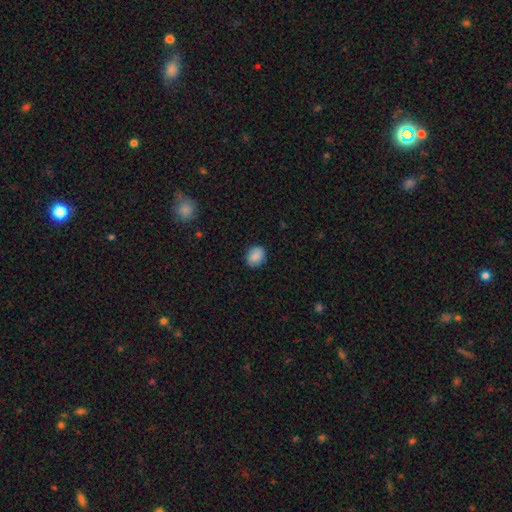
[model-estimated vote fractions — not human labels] The model was most divided on "how rounded": round: 55%, in between: 44%, cigar-shaped: 1%. More confident: smooth or featured — smooth (87%); merging — none (86%).